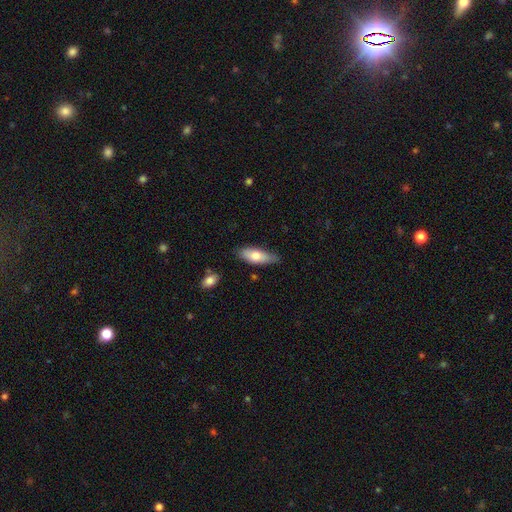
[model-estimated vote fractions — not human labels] smooth-or-featured: smooth: 72% | featured or disk: 22% | star or artifact: 6%
  how-rounded: in between: 68% | cigar-shaped: 29% | round: 2%
  merging: none: 69% | minor disturbance: 25% | major disturbance: 4% | merger: 2%